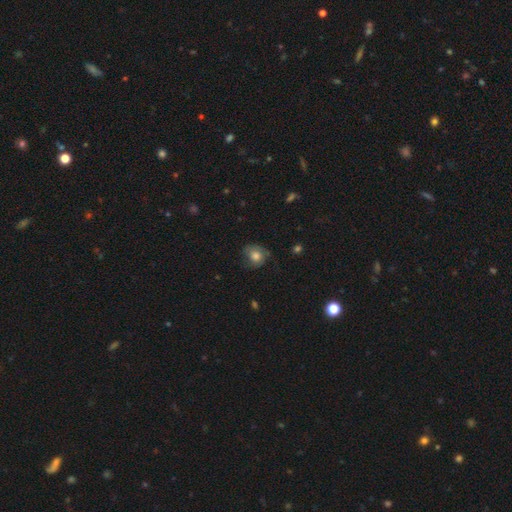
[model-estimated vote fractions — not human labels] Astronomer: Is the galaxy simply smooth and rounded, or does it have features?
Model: smooth — 72%.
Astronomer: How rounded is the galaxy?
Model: round — 72%.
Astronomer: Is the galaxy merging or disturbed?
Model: none — 62%.